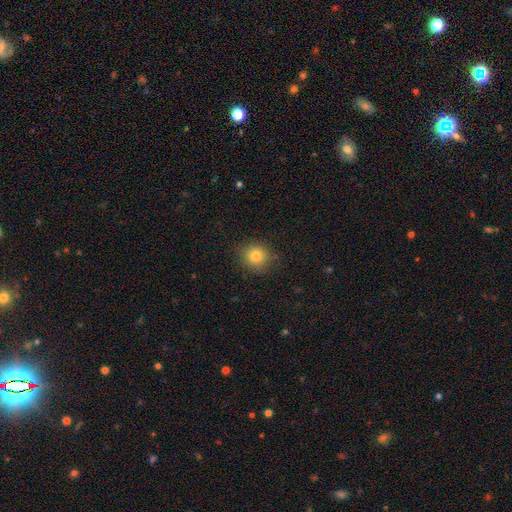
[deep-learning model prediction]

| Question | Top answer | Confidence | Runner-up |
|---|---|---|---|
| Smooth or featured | smooth | 81% | star or artifact (12%) |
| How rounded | round | 88% | in between (11%) |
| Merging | none | 88% | minor disturbance (9%) |